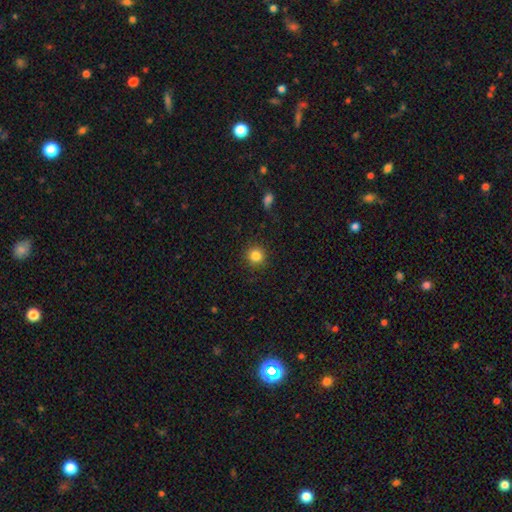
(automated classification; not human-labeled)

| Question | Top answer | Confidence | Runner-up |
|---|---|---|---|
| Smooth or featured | smooth | 84% | star or artifact (11%) |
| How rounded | round | 94% | in between (5%) |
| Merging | none | 91% | minor disturbance (6%) |